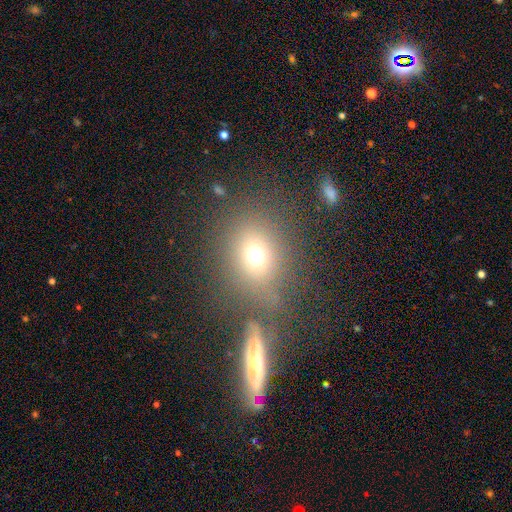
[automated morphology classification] Smooth or featured?
  - smooth: 69% *
  - star or artifact: 17%
  - featured or disk: 14%
How rounded?
  - round: 69% *
  - in between: 30%
  - cigar-shaped: 1%
Merging?
  - none: 64% *
  - merger: 16%
  - minor disturbance: 12%
  - major disturbance: 8%